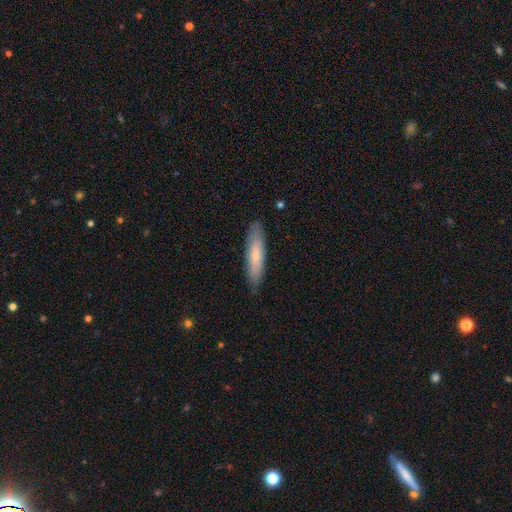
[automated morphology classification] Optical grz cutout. It shows a smooth galaxy with no disk features (71%) that is cigar-shaped (75%). Merging: none (84%).